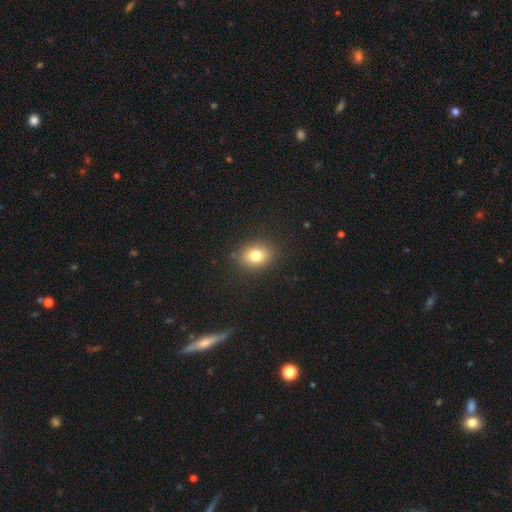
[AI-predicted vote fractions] Smooth or featured? Predicted: smooth (p=0.79). How rounded? Predicted: in between (p=0.55). Merging? Predicted: none (p=0.88).